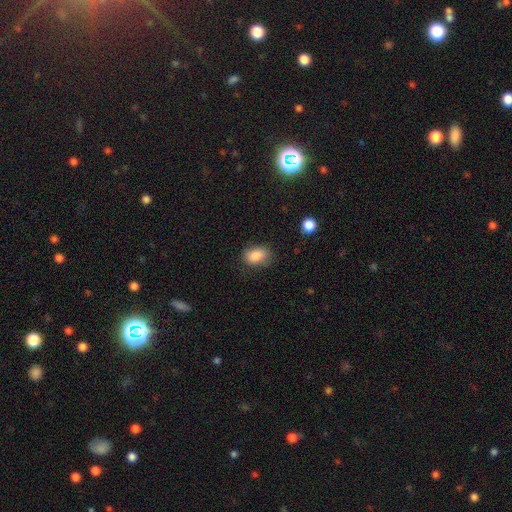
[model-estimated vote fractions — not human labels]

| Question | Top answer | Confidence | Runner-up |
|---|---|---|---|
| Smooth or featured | smooth | 87% | star or artifact (8%) |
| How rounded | in between | 82% | round (17%) |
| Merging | none | 74% | minor disturbance (19%) |